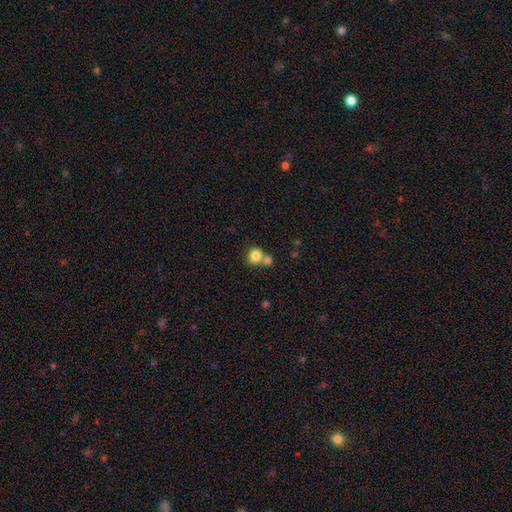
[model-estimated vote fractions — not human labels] Q: Smooth or featured?
A: smooth (82%); runner-up: star or artifact (10%)
Q: How rounded?
A: round (80%); runner-up: in between (19%)
Q: Merging?
A: none (49%); runner-up: merger (40%)